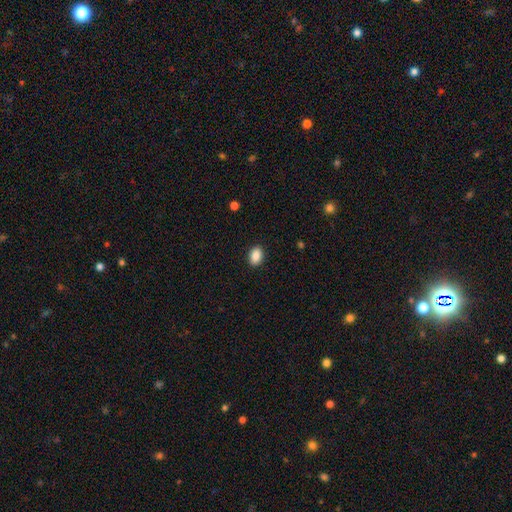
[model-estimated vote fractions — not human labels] Overall: smooth (89%). How rounded: in between (84%). Merging: none (90%).